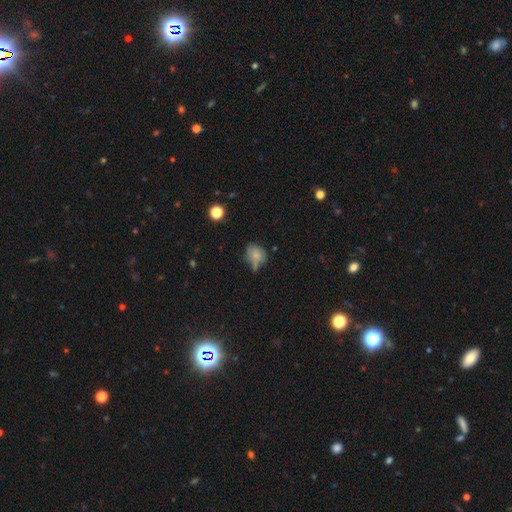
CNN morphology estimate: smooth_or_featured: smooth (p=0.72) [alt: featured or disk p=0.15]
how_rounded: round (p=0.54) [alt: in between p=0.44]
merging: none (p=0.47) [alt: minor disturbance p=0.30]